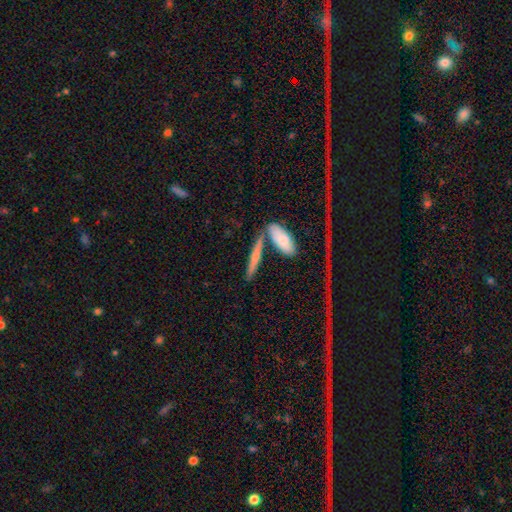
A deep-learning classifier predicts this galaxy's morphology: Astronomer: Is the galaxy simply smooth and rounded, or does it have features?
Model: smooth — 63%.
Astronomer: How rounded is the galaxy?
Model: cigar-shaped — 72%.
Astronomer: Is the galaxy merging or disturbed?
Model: none — 64%.